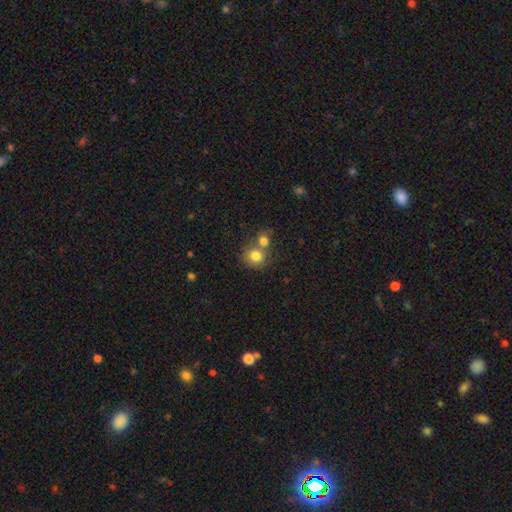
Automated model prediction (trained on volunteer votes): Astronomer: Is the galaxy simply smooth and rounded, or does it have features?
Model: smooth — 80%.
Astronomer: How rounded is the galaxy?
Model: round — 83%.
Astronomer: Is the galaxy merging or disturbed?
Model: none — 46% (runner-up: merger, 44%).